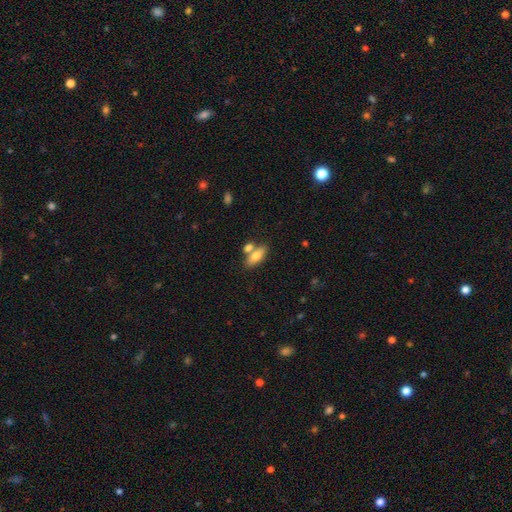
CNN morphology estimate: type=smooth (74%); roundness=in between (75%); merging=none (56%).